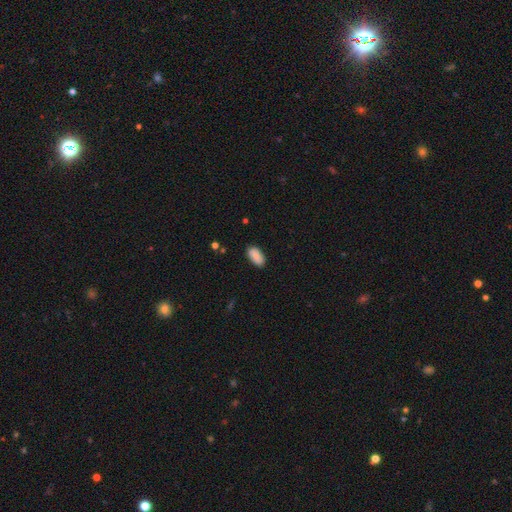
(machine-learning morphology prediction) smooth-or-featured: smooth: 88% | star or artifact: 7% | featured or disk: 6%
  how-rounded: in between: 94% | cigar-shaped: 3% | round: 3%
  merging: none: 85% | minor disturbance: 11% | major disturbance: 2% | merger: 1%